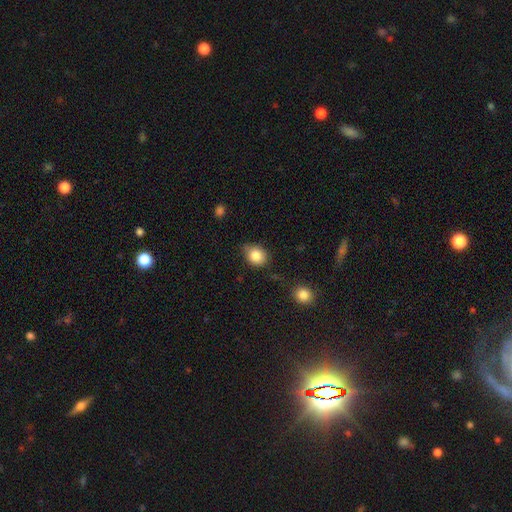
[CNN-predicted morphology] The model was most divided on "how rounded": round: 56%, in between: 43%, cigar-shaped: 1%. More confident: smooth or featured — smooth (83%); merging — none (64%).